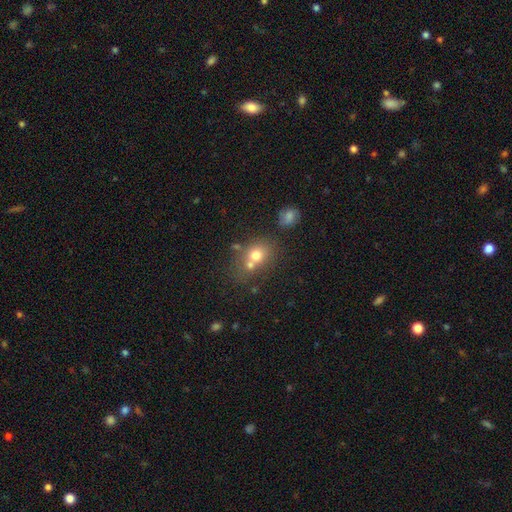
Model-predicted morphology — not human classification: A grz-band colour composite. It shows a smooth galaxy with no disk features (70%) that is round (64%). Merging: merger (42%, tied with none).